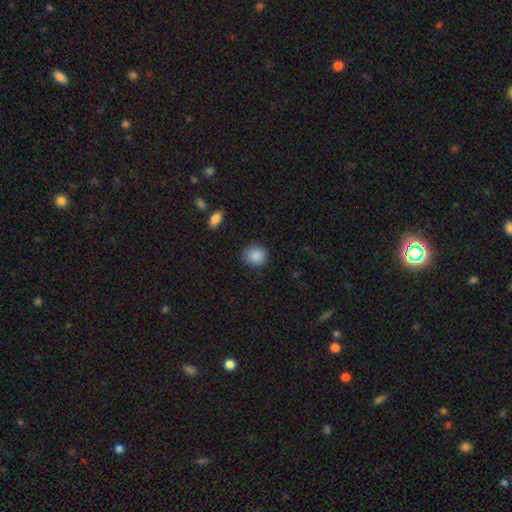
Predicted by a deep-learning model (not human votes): Overall: smooth (88%). How rounded: round (78%). Merging: none (85%).